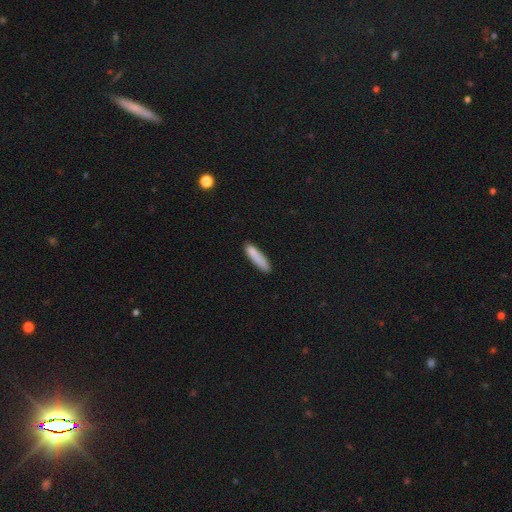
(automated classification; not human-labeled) A smooth galaxy with no disk features (85%) that is cigar-shaped (79%). Merging: none (78%).